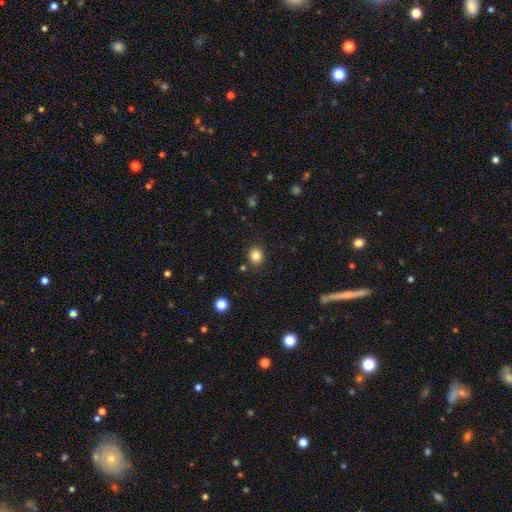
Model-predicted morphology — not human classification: Smooth or featured? smooth (84%)
How rounded? round (78%)
Merging? none (88%)